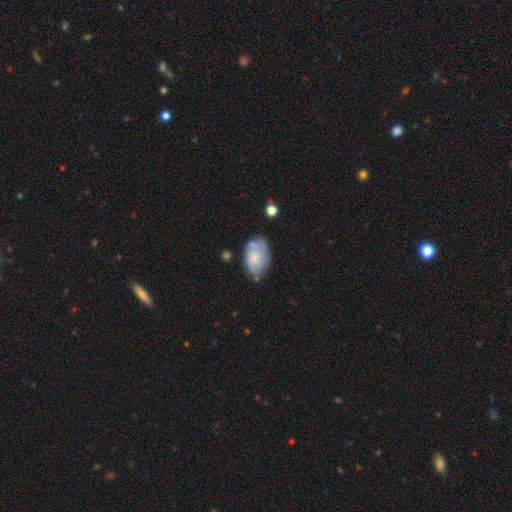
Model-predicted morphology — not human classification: This appears to be a smooth galaxy with no disk features (62%) that is in between round and cigar-shaped (92%). Merging: none (60%).